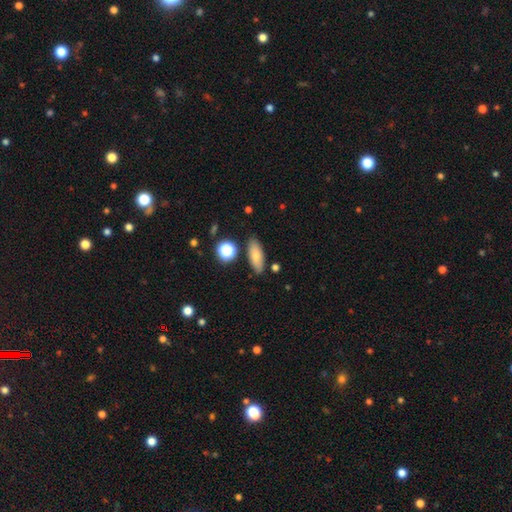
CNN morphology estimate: smooth 76%, featured or disk 16%, star or artifact 9%. Down the decision tree: how rounded — in between (74%); merging — none (82%).